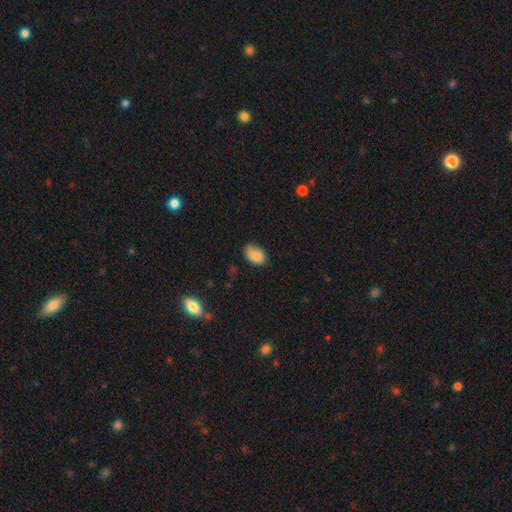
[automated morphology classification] A smooth galaxy with no disk features (84%) that is in between round and cigar-shaped (86%). Merging: none (57%).